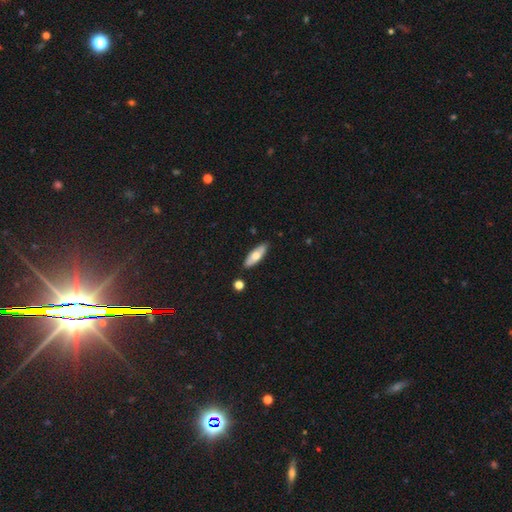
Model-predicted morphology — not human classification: Smooth or featured?
  - smooth: 63% *
  - featured or disk: 31%
  - star or artifact: 6%
How rounded?
  - in between: 58% *
  - cigar-shaped: 40%
  - round: 2%
Merging?
  - none: 87% *
  - minor disturbance: 9%
  - merger: 2%
  - major disturbance: 2%